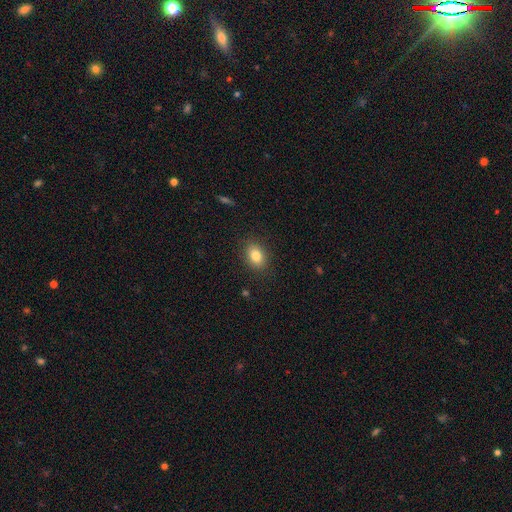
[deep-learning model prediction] A smooth galaxy with no disk features (82%) that is in between round and cigar-shaped (74%). Merging: none (87%).